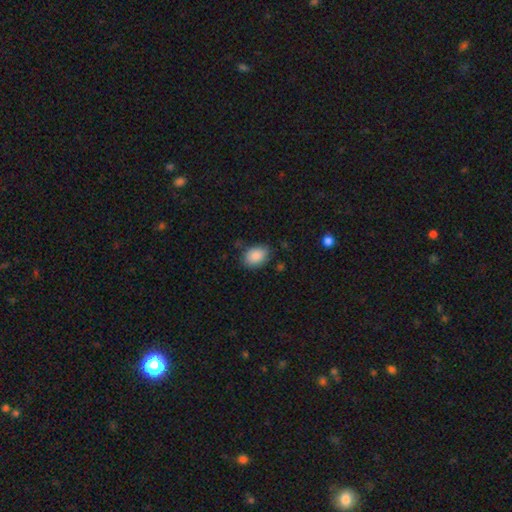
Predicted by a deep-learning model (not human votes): smooth_or_featured: smooth (p=0.89) [alt: star or artifact p=0.07]
how_rounded: in between (p=0.82) [alt: round p=0.17]
merging: none (p=0.78) [alt: minor disturbance p=0.16]